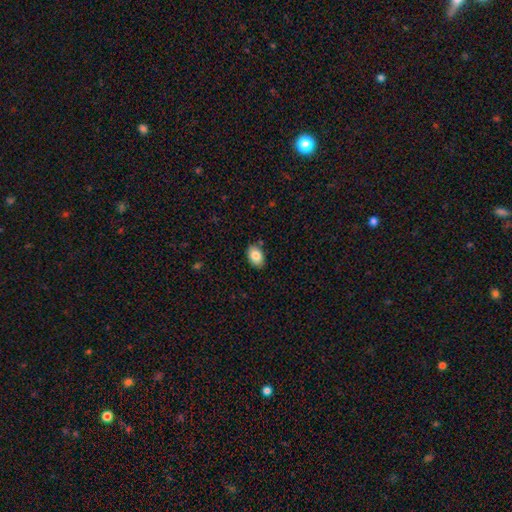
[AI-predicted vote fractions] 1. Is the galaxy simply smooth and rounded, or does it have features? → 85% smooth, 8% featured or disk, 7% star or artifact.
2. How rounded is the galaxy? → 87% in between, 12% round, 1% cigar-shaped.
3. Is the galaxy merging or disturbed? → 85% none, 11% minor disturbance, 2% major disturbance, 2% merger.